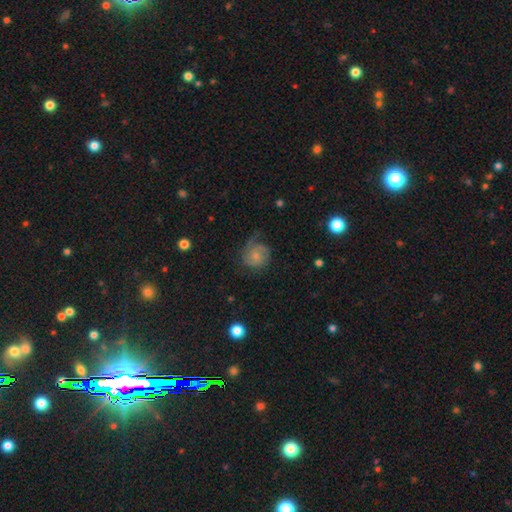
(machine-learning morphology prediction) Smooth or featured? featured or disk (65%)
Edge-on disk? no (98%)
Bar? no (70%)
Spiral arms? yes (92%)
Spiral winding? tight (42%)
Spiral arm count? 2 (48%)
Bulge size? small (60%)
Merging? none (53%)